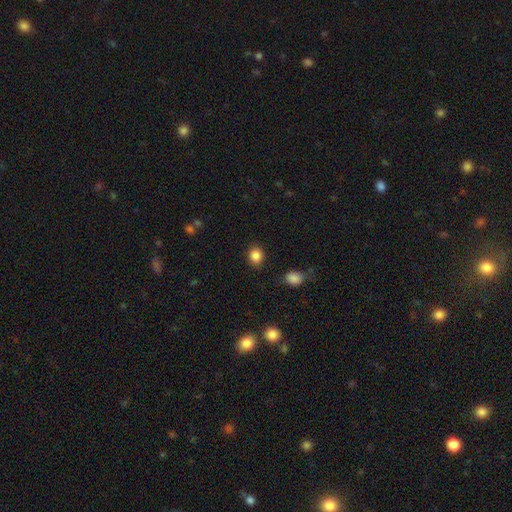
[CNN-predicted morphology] The model was most divided on "how rounded": round: 67%, in between: 32%, cigar-shaped: 1%. More confident: merging — none (87%); smooth or featured — smooth (86%).